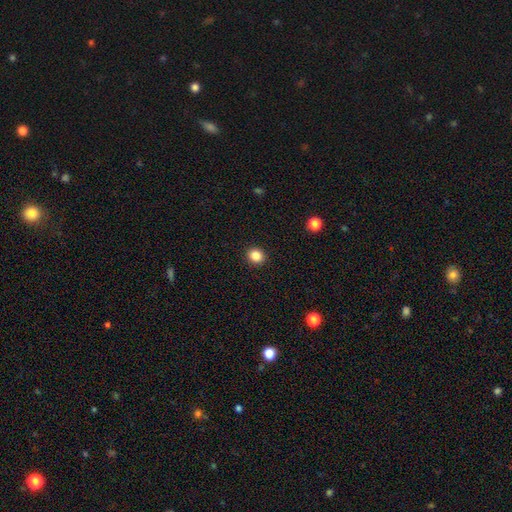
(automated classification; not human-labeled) Q: Smooth or featured?
A: smooth (85%); runner-up: star or artifact (11%)
Q: How rounded?
A: round (78%); runner-up: in between (21%)
Q: Merging?
A: none (92%); runner-up: minor disturbance (5%)